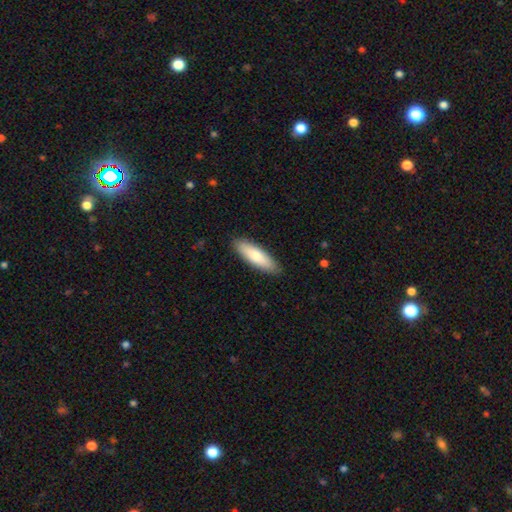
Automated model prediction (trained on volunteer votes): smooth_or_featured: smooth (p=0.76) [alt: featured or disk p=0.19]
how_rounded: cigar-shaped (p=0.56) [alt: in between p=0.43]
merging: none (p=0.89) [alt: minor disturbance p=0.08]